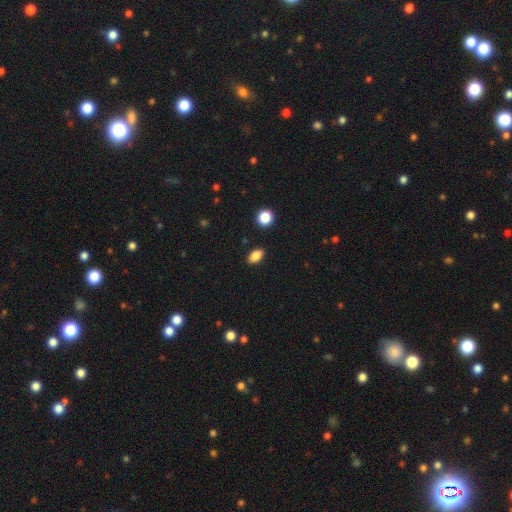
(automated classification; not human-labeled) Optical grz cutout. It shows a smooth galaxy with no disk features (86%) that is in between round and cigar-shaped (88%). Merging: none (89%).